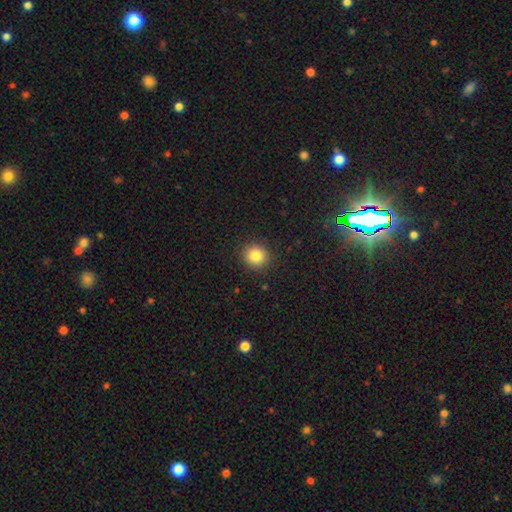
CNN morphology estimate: Overall: smooth (83%). How rounded: round (88%). Merging: none (90%).